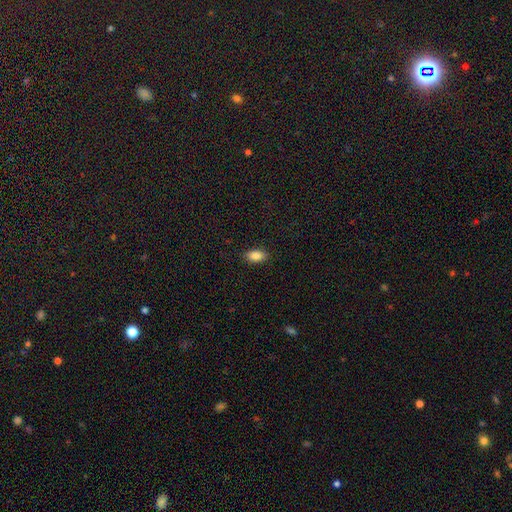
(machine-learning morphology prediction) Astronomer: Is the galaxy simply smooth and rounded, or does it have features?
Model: smooth — 86%.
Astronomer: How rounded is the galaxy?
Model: in between — 90%.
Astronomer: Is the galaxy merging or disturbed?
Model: none — 88%.